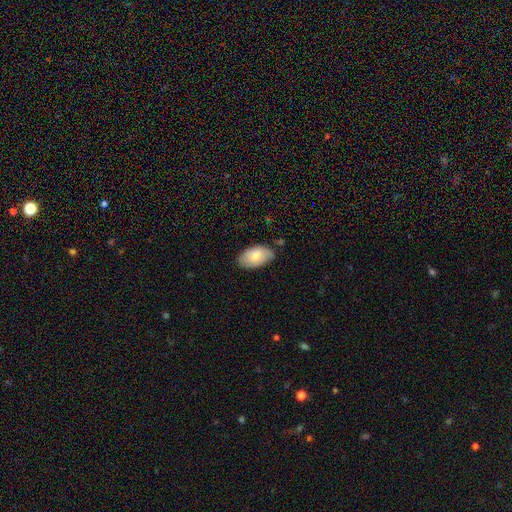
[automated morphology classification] This appears to be a smooth galaxy with no disk features (78%) that is in between round and cigar-shaped (95%). Merging: none (72%).